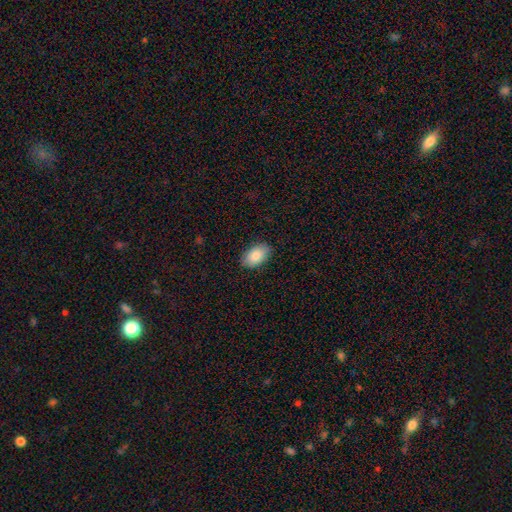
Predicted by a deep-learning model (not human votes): Smooth or featured? Predicted: smooth (p=0.86). How rounded? Predicted: in between (p=0.92). Merging? Predicted: none (p=0.87).